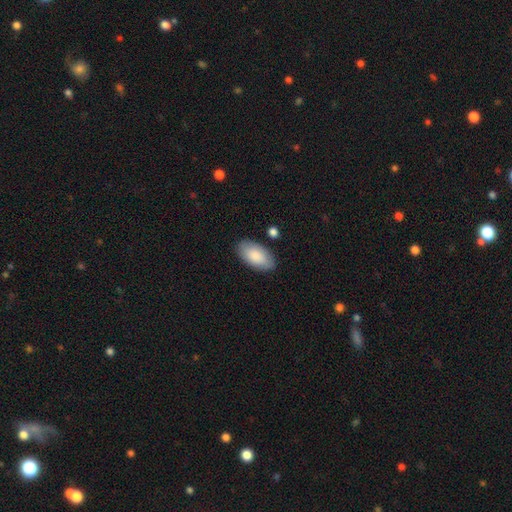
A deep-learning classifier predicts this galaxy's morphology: Smooth or featured: smooth — 86% (featured or disk — 9%)
How rounded: in between — 95% (cigar-shaped — 3%)
Merging: none — 84% (minor disturbance — 11%)